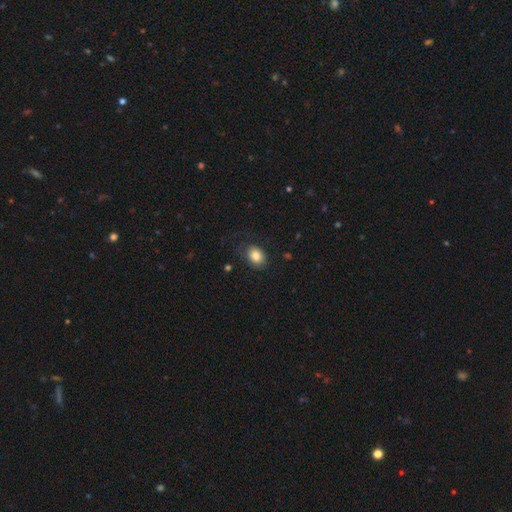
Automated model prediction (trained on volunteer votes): smooth_or_featured: smooth (p=0.81) [alt: featured or disk p=0.10]
how_rounded: in between (p=0.59) [alt: round p=0.41]
merging: none (p=0.73) [alt: minor disturbance p=0.17]